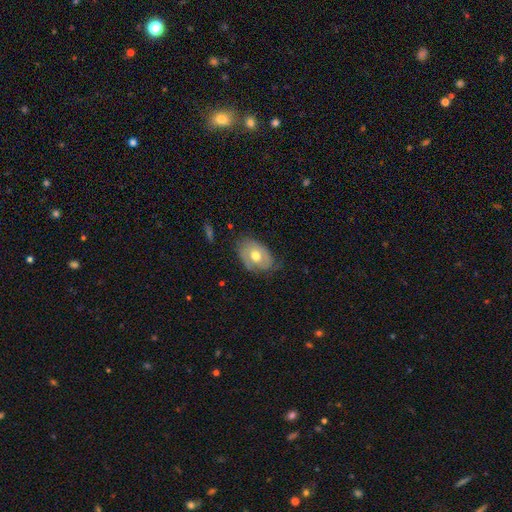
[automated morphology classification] Smooth or featured? featured or disk (47%)
Merging? none (60%)